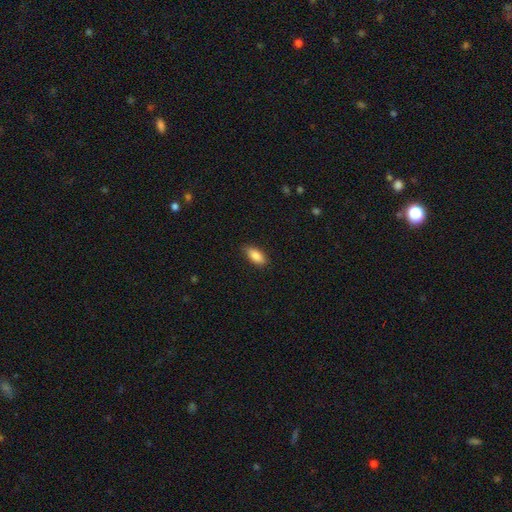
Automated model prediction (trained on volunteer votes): smooth 87%, star or artifact 7%, featured or disk 6%. Down the decision tree: how rounded — in between (87%); merging — none (84%).